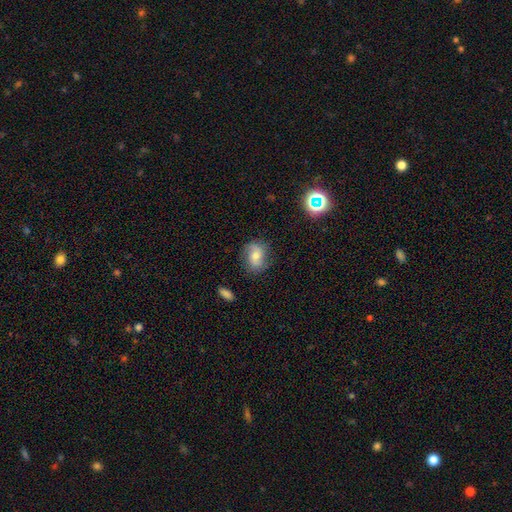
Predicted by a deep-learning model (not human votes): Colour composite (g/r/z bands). It shows a smooth galaxy with no disk features (45%, tied with featured or disk). Merging: none (76%).